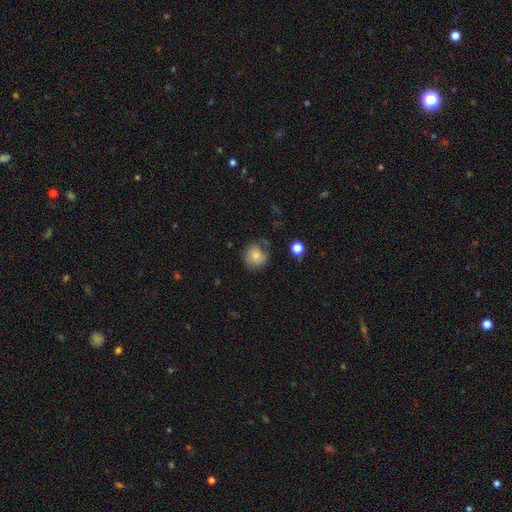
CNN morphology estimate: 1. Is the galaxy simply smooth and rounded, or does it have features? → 78% smooth, 13% featured or disk, 9% star or artifact.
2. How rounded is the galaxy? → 86% round, 13% in between, 1% cigar-shaped.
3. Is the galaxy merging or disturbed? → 68% none, 22% minor disturbance, 7% major disturbance, 4% merger.